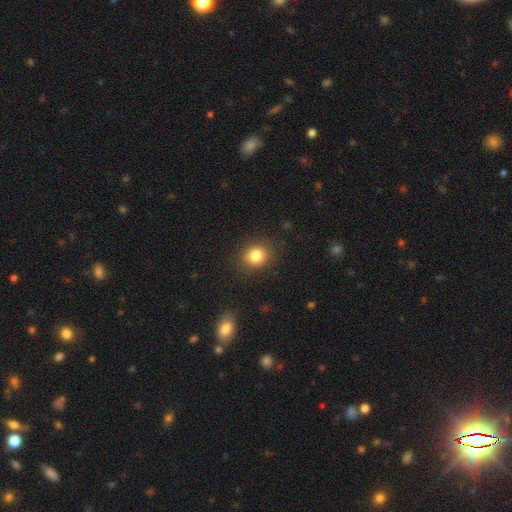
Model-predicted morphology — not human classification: Smooth or featured? Predicted: smooth (p=0.83). How rounded? Predicted: round (p=0.69). Merging? Predicted: none (p=0.87).